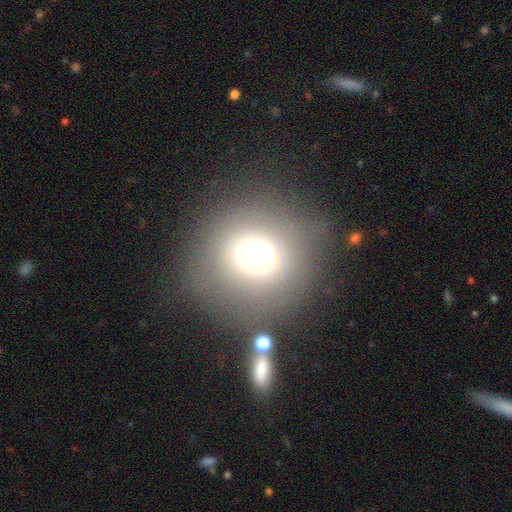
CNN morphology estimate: smooth 62%, star or artifact 23%, featured or disk 15%. Down the decision tree: how rounded — round (83%); merging — none (78%).